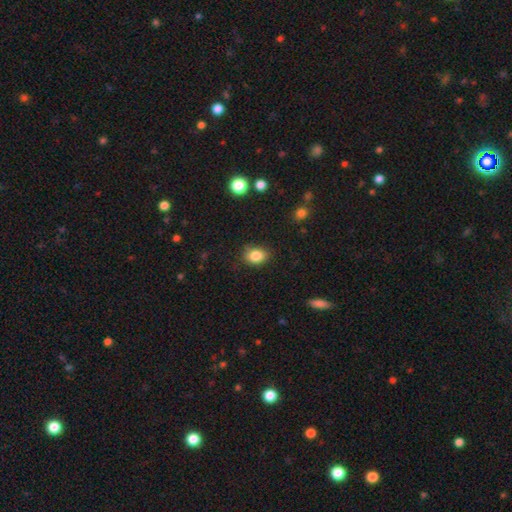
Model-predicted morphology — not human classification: Smooth or featured?
  - smooth: 85% *
  - star or artifact: 9%
  - featured or disk: 6%
How rounded?
  - in between: 61% *
  - round: 38%
  - cigar-shaped: 1%
Merging?
  - none: 80% *
  - minor disturbance: 15%
  - major disturbance: 3%
  - merger: 2%